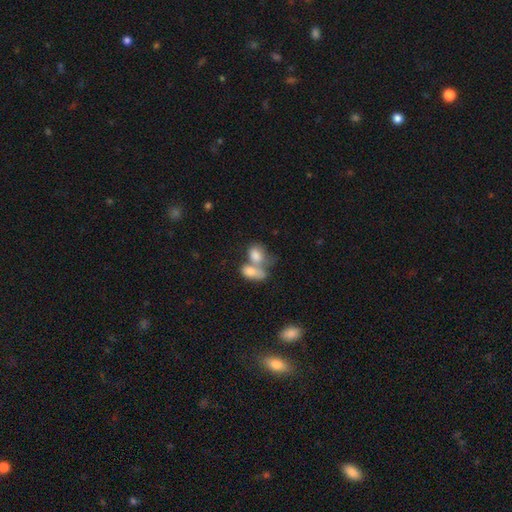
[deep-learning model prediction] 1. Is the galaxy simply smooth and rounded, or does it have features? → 79% smooth, 14% featured or disk, 8% star or artifact.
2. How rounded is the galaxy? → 78% in between, 20% round, 2% cigar-shaped.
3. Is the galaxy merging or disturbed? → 66% merger, 20% none, 8% minor disturbance, 6% major disturbance.